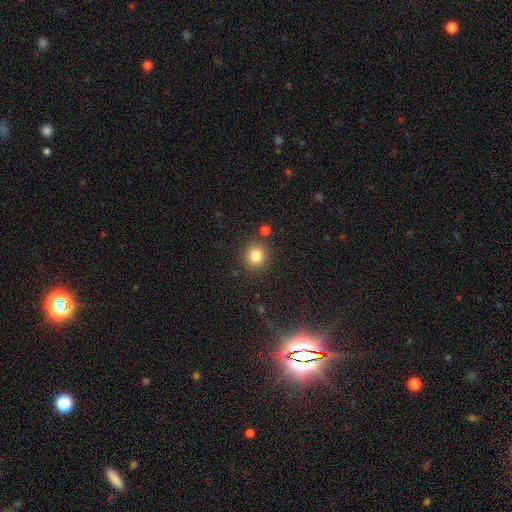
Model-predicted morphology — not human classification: smooth-or-featured: smooth: 83% | star or artifact: 11% | featured or disk: 6%
  how-rounded: round: 89% | in between: 10% | cigar-shaped: 1%
  merging: none: 85% | minor disturbance: 8% | merger: 5% | major disturbance: 3%